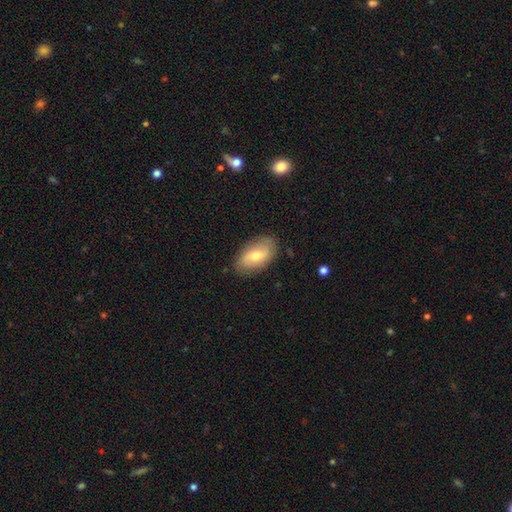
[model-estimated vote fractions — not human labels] Smooth or featured: smooth — 56% (featured or disk — 37%)
How rounded: in between — 93% (round — 5%)
Merging: none — 84% (minor disturbance — 12%)